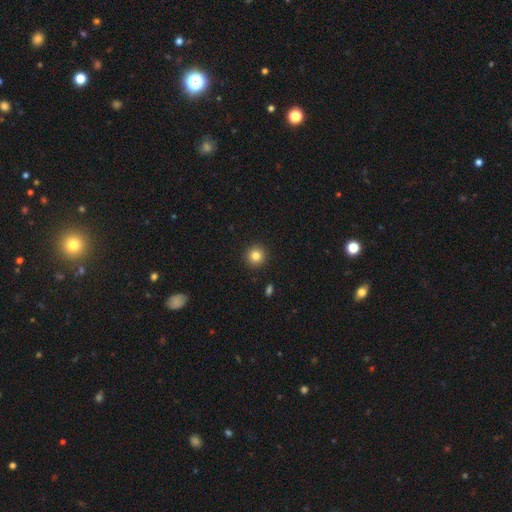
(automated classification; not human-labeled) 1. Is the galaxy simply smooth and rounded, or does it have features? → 83% smooth, 11% star or artifact, 6% featured or disk.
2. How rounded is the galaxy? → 94% round, 5% in between, 1% cigar-shaped.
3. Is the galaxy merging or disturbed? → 92% none, 5% minor disturbance, 2% major disturbance, 1% merger.